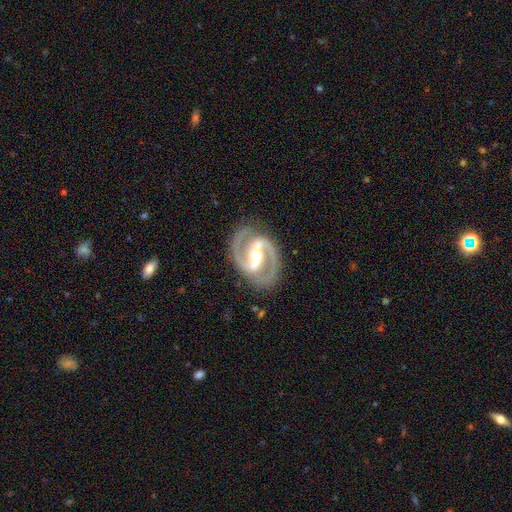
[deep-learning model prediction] smooth-or-featured: featured or disk: 93% | star or artifact: 4% | smooth: 3%
  disk-edge-on: no: 98% | yes: 2%
    bar: strong: 69% | weak: 23% | no: 8%
    has-spiral-arms: yes: 98% | no: 2%
      spiral-winding: medium: 62% | tight: 30% | loose: 8%
      spiral-arm-count: 2: 94% | 3: 1% | can't tell: 1% | 1: 1% | 4: 1% | more than 4: 1%
    bulge-size: moderate: 64% | small: 30% | large: 4% | none: 1% | dominant: 1%
  merging: none: 86% | minor disturbance: 10% | major disturbance: 3% | merger: 1%